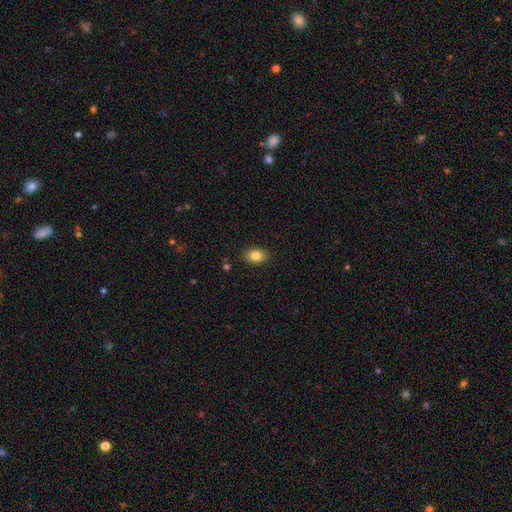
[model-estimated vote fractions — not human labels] A smooth galaxy with no disk features (83%) that is in between round and cigar-shaped (79%).

Vote fractions:
- Smooth or featured? smooth: 83% / star or artifact: 9% / featured or disk: 8%
- How rounded? in between: 79% / round: 20% / cigar-shaped: 1%
- Merging? none: 88% / minor disturbance: 9% / major disturbance: 2% / merger: 1%